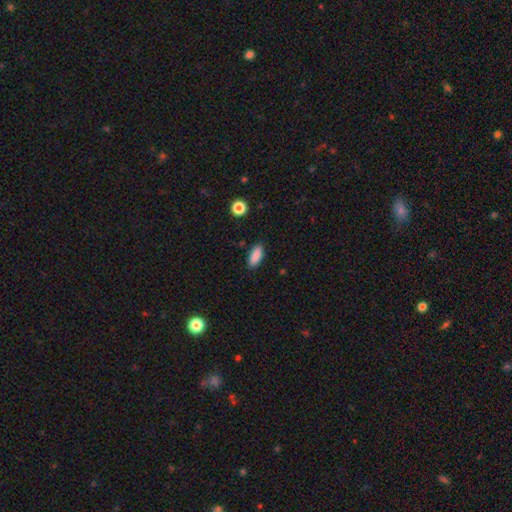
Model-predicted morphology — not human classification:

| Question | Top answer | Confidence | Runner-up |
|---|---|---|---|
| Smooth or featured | smooth | 88% | star or artifact (7%) |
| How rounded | in between | 79% | cigar-shaped (18%) |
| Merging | none | 87% | minor disturbance (9%) |